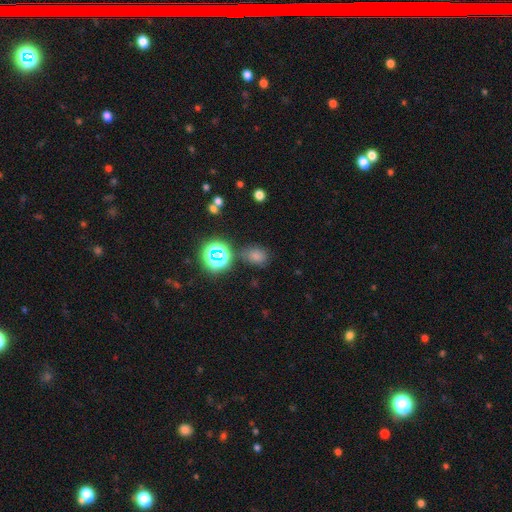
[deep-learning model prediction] smooth-or-featured: smooth: 67% | star or artifact: 25% | featured or disk: 7%
  how-rounded: in between: 57% | round: 42% | cigar-shaped: 1%
  merging: none: 72% | minor disturbance: 17% | merger: 6% | major disturbance: 5%